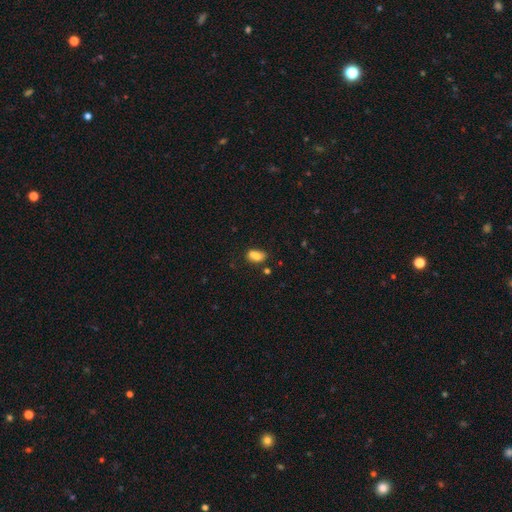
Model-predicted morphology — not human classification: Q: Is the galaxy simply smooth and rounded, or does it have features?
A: smooth — 74%.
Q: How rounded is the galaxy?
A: in between — 78%.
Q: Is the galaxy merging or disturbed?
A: none — 38%, tied with merger.